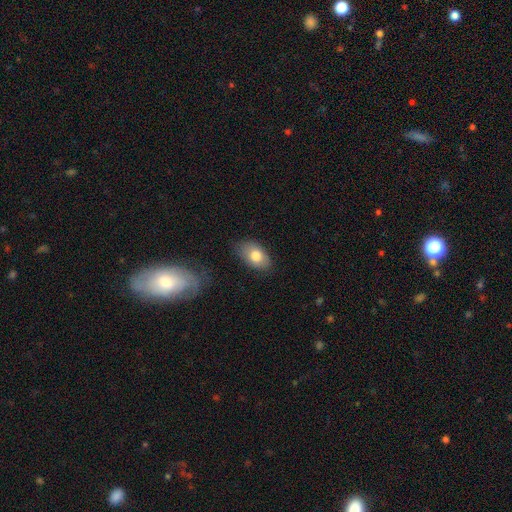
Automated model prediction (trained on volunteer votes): Smooth or featured: smooth — 77% (featured or disk — 16%)
How rounded: in between — 91% (round — 7%)
Merging: none — 76% (minor disturbance — 19%)